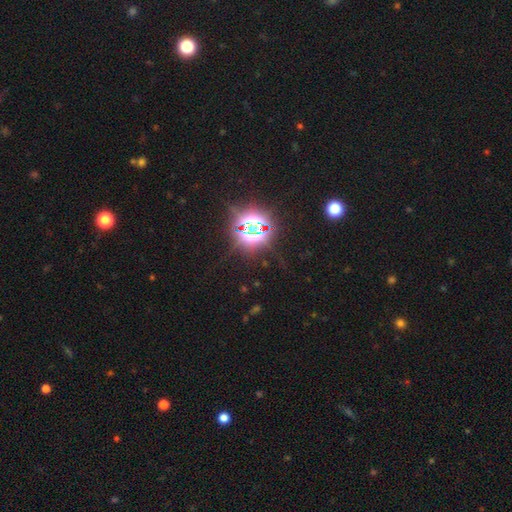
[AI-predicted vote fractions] A star or artifact, not a galaxy (84%).

Vote fractions:
- Smooth or featured? star or artifact: 84% / smooth: 10% / featured or disk: 5%